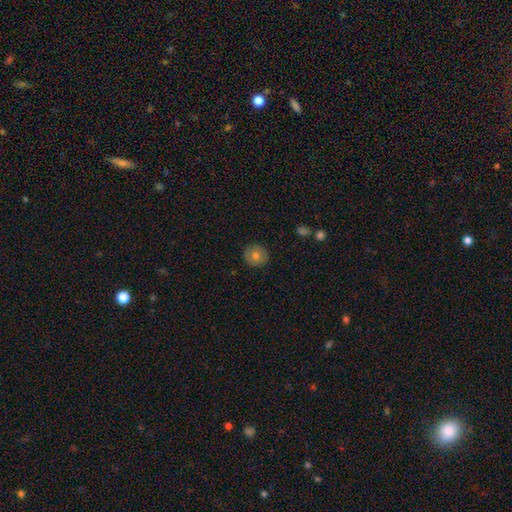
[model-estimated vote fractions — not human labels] smooth 71%, featured or disk 19%, star or artifact 9%. Down the decision tree: how rounded — round (93%); merging — none (90%).